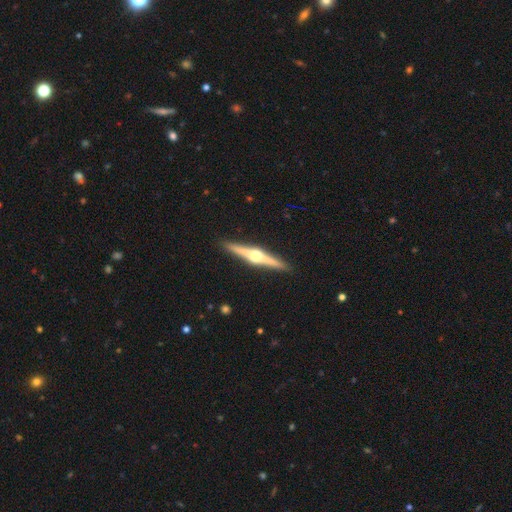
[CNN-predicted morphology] featured or disk 82%, smooth 13%, star or artifact 5%. Down the decision tree: edge-on disk — yes (99%); edge-on bulge — rounded (95%); merging — none (92%).